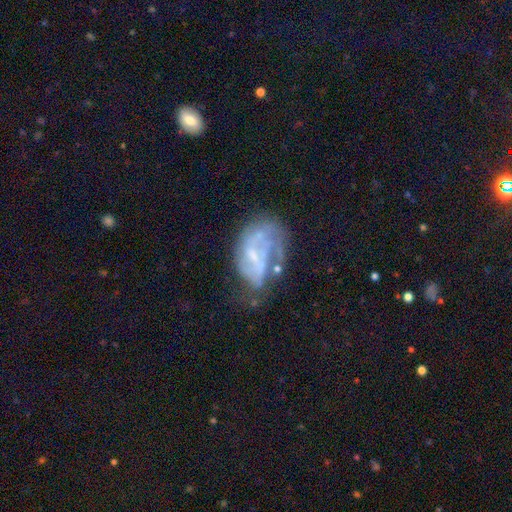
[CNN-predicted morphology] smooth_or_featured: featured or disk (p=0.69) [alt: smooth p=0.21]
disk_edge_on: no (p=0.97) [alt: yes p=0.03]
bar: no (p=0.47) [alt: weak p=0.40]
has_spiral_arms: yes (p=0.59) [alt: no p=0.41]
bulge_size: small (p=0.46) [alt: none p=0.34]
merging: none (p=0.35) [alt: major disturbance p=0.32]